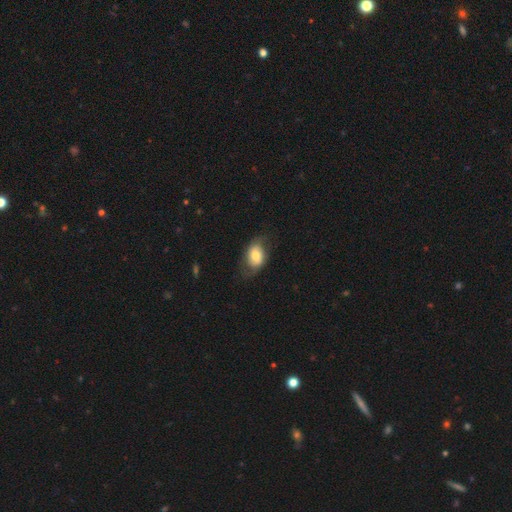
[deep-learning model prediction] Overall: smooth (61%; featured or disk 32%). How rounded: in between (79%). Merging: none (63%).